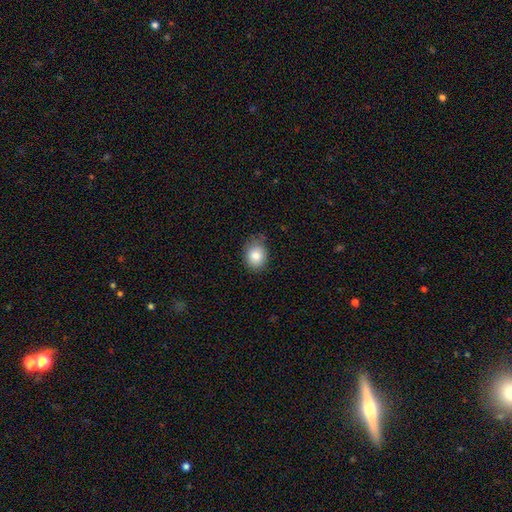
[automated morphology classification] A smooth galaxy with no disk features (83%) that is round (54%).

Vote fractions:
- Smooth or featured? smooth: 83% / star or artifact: 9% / featured or disk: 8%
- How rounded? round: 54% / in between: 45% / cigar-shaped: 1%
- Merging? none: 74% / minor disturbance: 21% / major disturbance: 4% / merger: 1%